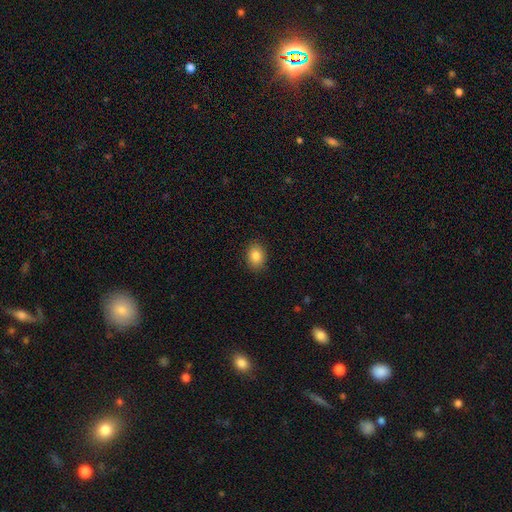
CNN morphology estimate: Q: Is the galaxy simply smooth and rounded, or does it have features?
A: smooth — 85%.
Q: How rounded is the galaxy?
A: in between — 67%.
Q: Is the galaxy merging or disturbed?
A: none — 89%.